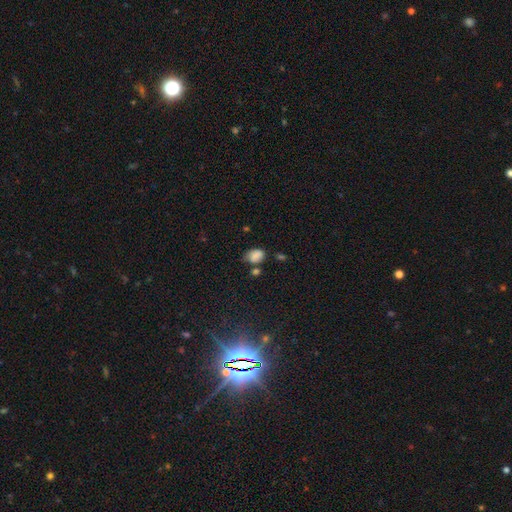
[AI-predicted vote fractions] Smooth or featured? Predicted: smooth (p=0.80). How rounded? Predicted: in between (p=0.75). Merging? Predicted: none (p=0.46).